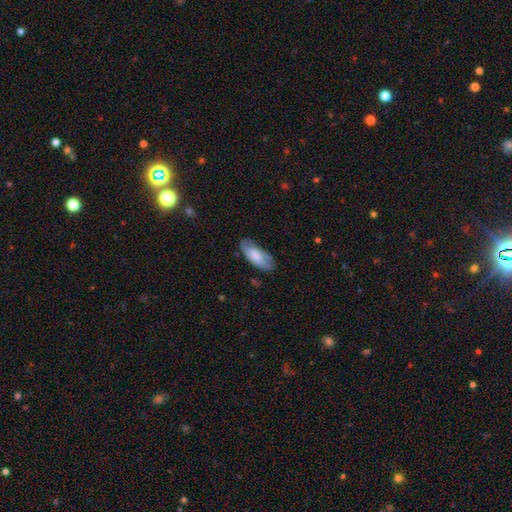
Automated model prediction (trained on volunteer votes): smooth 65%, featured or disk 29%, star or artifact 6%. Down the decision tree: how rounded — in between (84%); merging — none (72%).